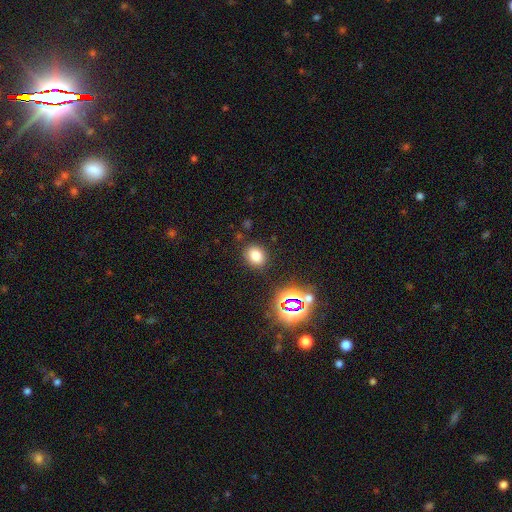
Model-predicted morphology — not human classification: A smooth galaxy with no disk features (74%) that is round (60%). Merging: none (85%).